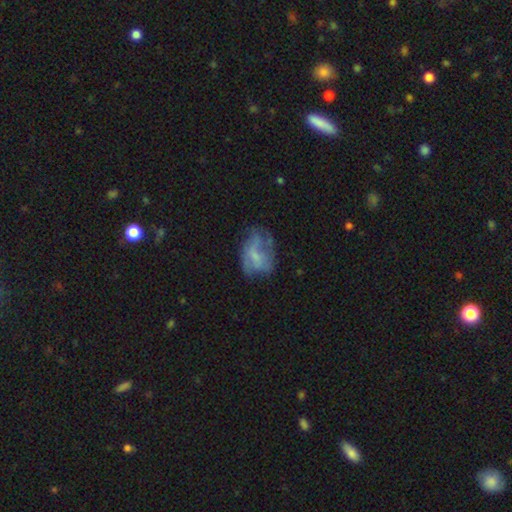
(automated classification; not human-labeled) Q: Smooth or featured?
A: featured or disk (53%); runner-up: smooth (38%)
Q: Edge-on disk?
A: no (97%); runner-up: yes (3%)
Q: Bar?
A: no (62%); runner-up: weak (31%)
Q: Spiral arms?
A: no (51%); runner-up: yes (49%)
Q: Bulge size?
A: small (45%); runner-up: none (30%)
Q: Merging?
A: none (42%); runner-up: minor disturbance (28%)